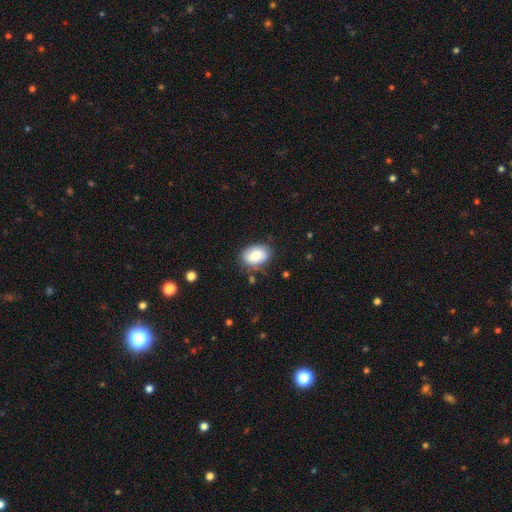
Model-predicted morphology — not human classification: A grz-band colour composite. It shows a smooth galaxy with no disk features (82%) that is in between round and cigar-shaped (82%). Merging: none (73%).